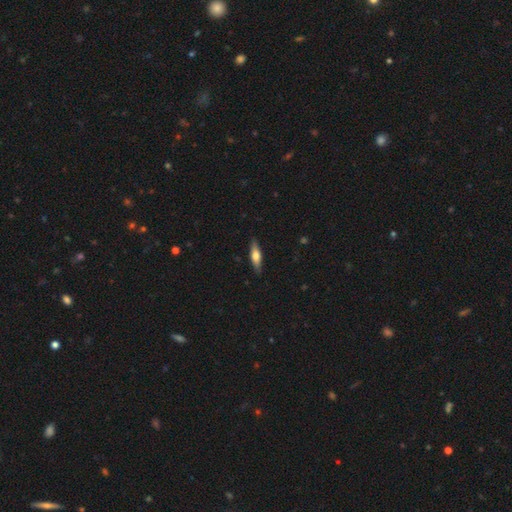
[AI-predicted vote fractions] Smooth or featured? smooth (53%)
How rounded? cigar-shaped (65%)
Merging? none (88%)